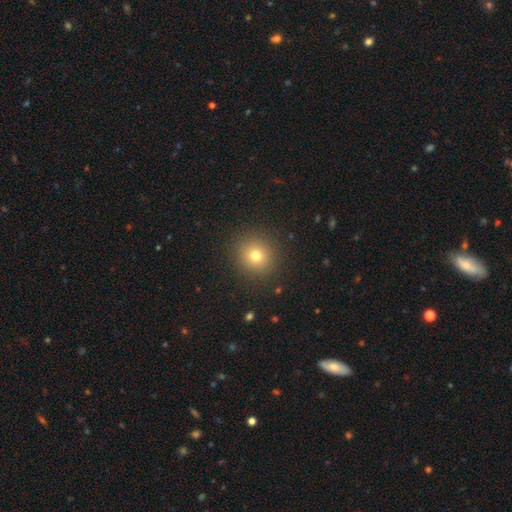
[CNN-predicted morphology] type=smooth (75%); roundness=round (92%); merging=none (91%).